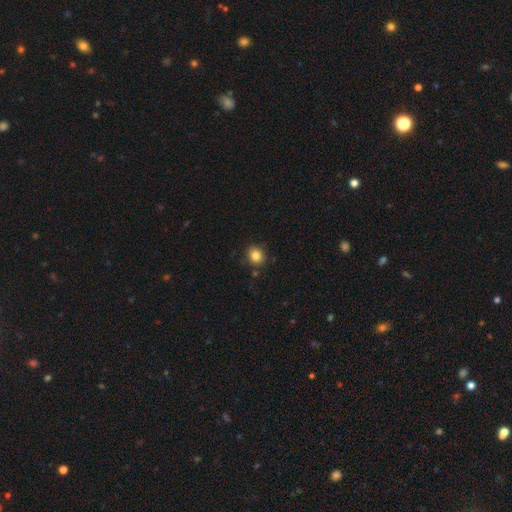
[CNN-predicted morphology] A smooth galaxy with no disk features (83%) that is round (70%). Merging: none (85%).